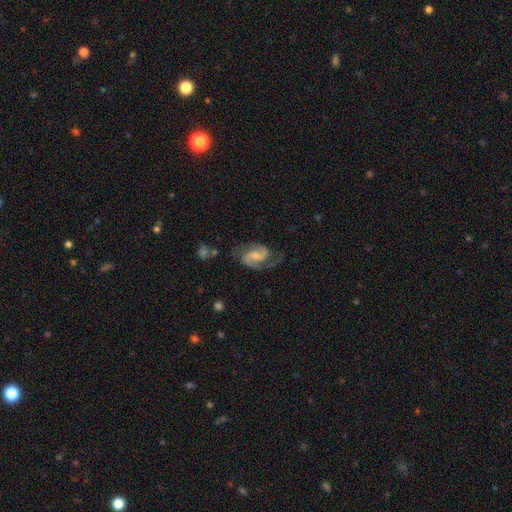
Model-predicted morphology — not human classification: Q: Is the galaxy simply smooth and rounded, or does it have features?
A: featured or disk — 89%.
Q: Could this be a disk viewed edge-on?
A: no — 98%.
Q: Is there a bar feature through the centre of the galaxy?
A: weak — 45%.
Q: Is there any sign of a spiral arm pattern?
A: yes — 98%.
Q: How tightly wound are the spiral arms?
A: medium — 59%.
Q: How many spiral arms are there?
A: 2 — 92%.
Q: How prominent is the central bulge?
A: small — 43%.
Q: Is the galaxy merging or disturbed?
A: none — 70%.